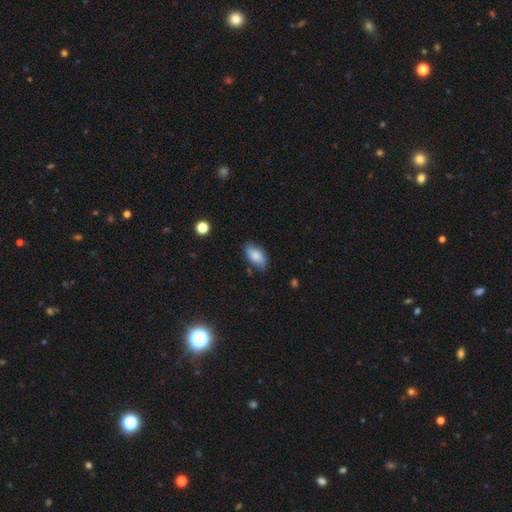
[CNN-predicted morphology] This is likely a smooth galaxy (79%). How rounded: clearly in between (91%). Merging: likely none (74%).